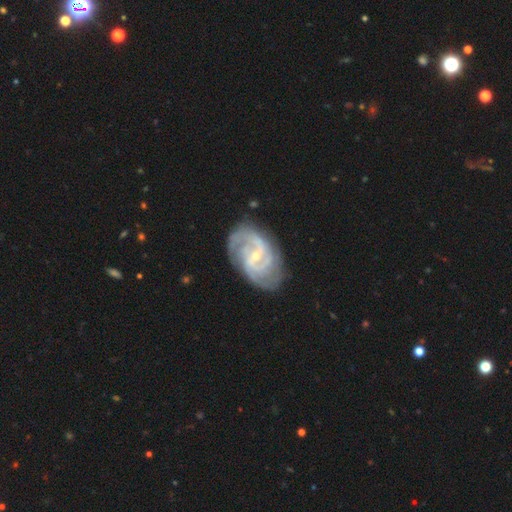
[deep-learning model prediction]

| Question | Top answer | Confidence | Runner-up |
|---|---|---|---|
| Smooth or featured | featured or disk | 90% | smooth (5%) |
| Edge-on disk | no | 97% | yes (3%) |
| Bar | weak | 53% | no (25%) |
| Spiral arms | yes | 97% | no (3%) |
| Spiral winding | medium | 46% | tight (42%) |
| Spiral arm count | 2 | 45% | 3 (19%) |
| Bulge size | small | 72% | moderate (24%) |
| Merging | none | 76% | minor disturbance (17%) |